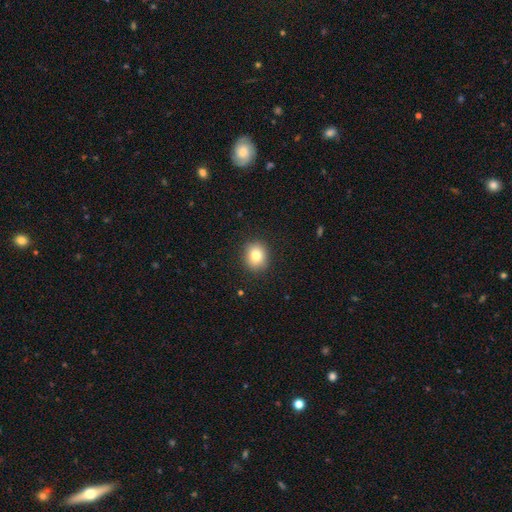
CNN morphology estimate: This is clearly a smooth galaxy (80%). How rounded: likely round (73%). Merging: clearly none (90%).